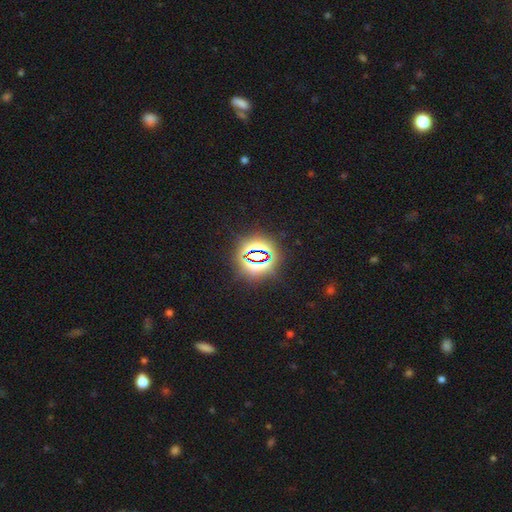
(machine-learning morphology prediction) smooth_or_featured: star or artifact (p=0.78) [alt: smooth p=0.14]